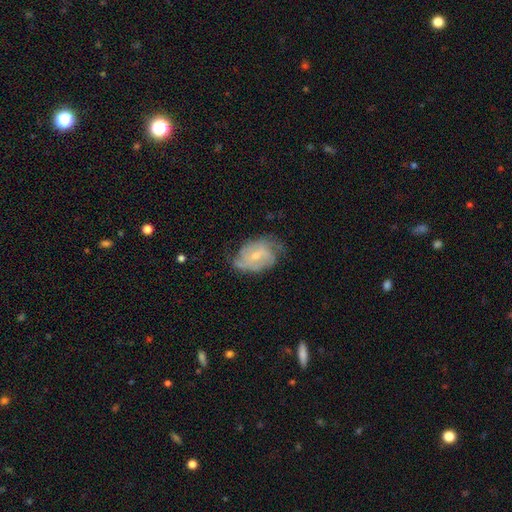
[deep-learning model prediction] This is likely a featured or disk galaxy (74%). It is clearly not viewed edge-on (97%). Bar: possibly no (50%). Spiral arm pattern: clearly yes (89%). Spiral arm count: marginally 2 (38%). Spiral winding: marginally medium (41%). Central bulge: likely small (63%). Merging: possibly none (57%).